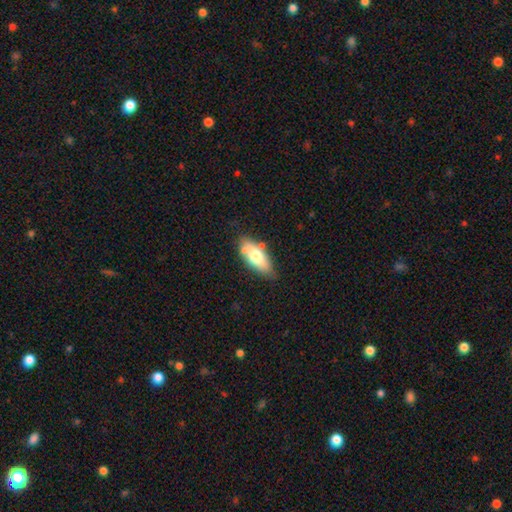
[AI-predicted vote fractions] smooth-or-featured: smooth: 66% | featured or disk: 28% | star or artifact: 6%
  how-rounded: in between: 82% | cigar-shaped: 15% | round: 3%
  merging: none: 69% | minor disturbance: 19% | merger: 8% | major disturbance: 4%